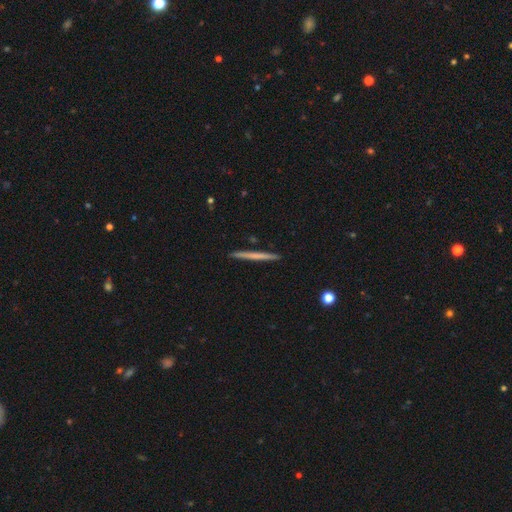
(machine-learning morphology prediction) Smooth or featured? smooth (55%)
How rounded? cigar-shaped (97%)
Merging? none (93%)